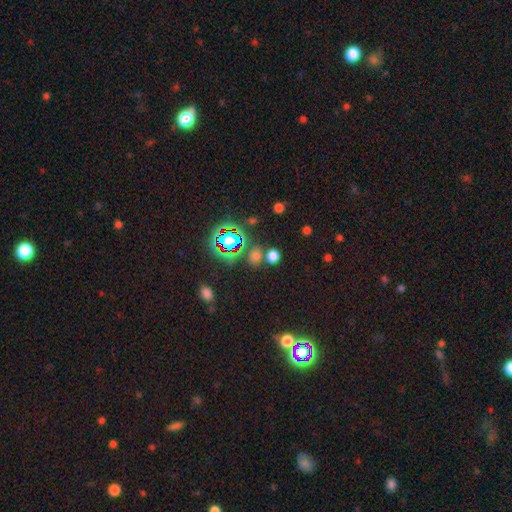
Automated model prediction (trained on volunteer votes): Overall: smooth (61%; star or artifact 32%). How rounded: round (73%). Merging: none (76%).